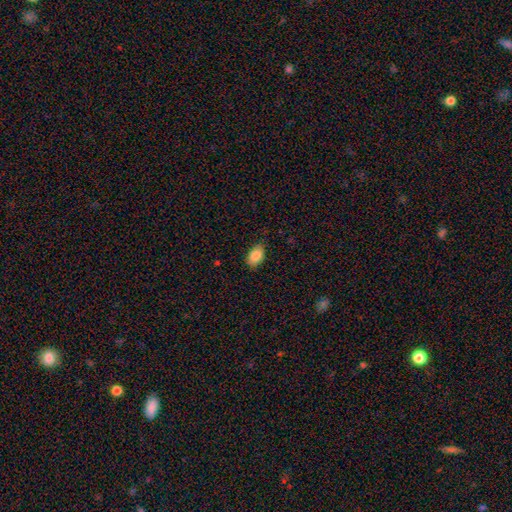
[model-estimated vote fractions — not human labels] Smooth or featured?
  - smooth: 88% *
  - star or artifact: 7%
  - featured or disk: 4%
How rounded?
  - in between: 90% *
  - round: 9%
  - cigar-shaped: 2%
Merging?
  - none: 82% *
  - minor disturbance: 14%
  - major disturbance: 3%
  - merger: 1%